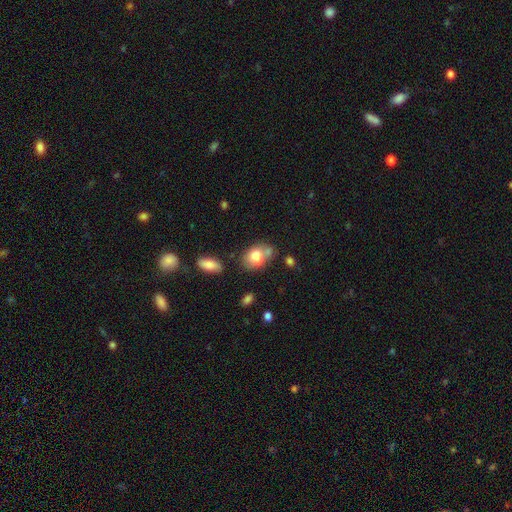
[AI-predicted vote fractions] This is likely a smooth galaxy (72%). How rounded: likely in between (74%). Merging: marginally none (42%).